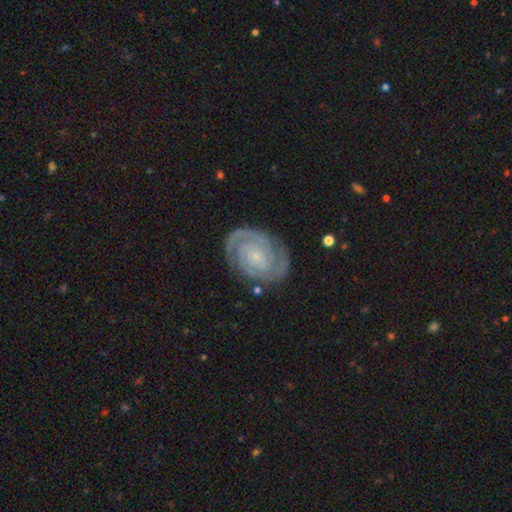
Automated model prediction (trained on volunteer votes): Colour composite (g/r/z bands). It shows a featured or disk galaxy (89%) with no bar (70%), 2 (82%) tight (78%) spiral arms (98%) and a small central bulge (78%). Merging: none (82%).